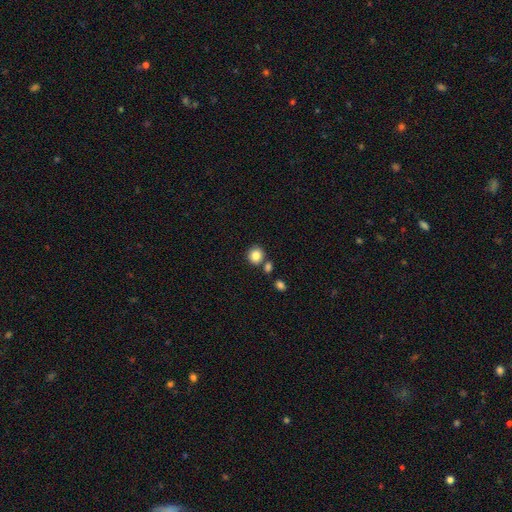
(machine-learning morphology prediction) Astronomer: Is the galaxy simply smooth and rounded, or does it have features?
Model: smooth — 85%.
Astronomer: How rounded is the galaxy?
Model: round — 83%.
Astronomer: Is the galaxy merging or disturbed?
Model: none — 73%.